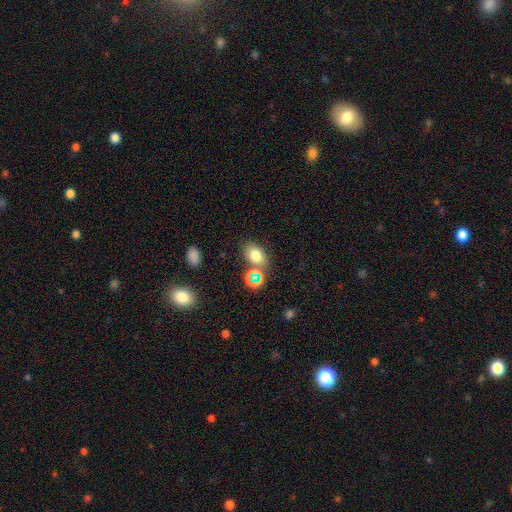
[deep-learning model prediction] Smooth or featured? Predicted: smooth (p=0.73). How rounded? Predicted: in between (p=0.78). Merging? Predicted: none (p=0.69).